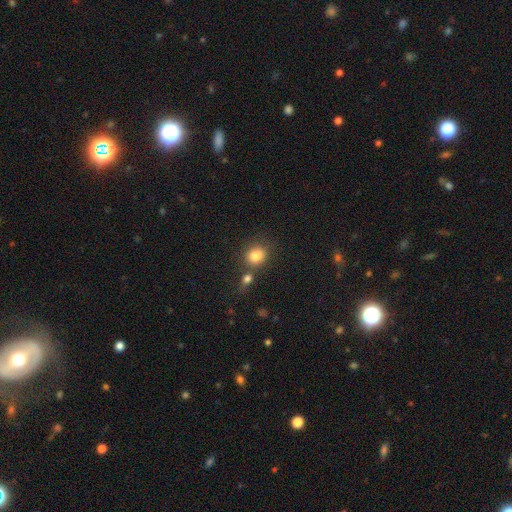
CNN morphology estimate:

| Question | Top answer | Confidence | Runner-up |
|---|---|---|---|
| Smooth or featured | smooth | 82% | star or artifact (11%) |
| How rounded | round | 67% | in between (32%) |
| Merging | none | 62% | merger (22%) |